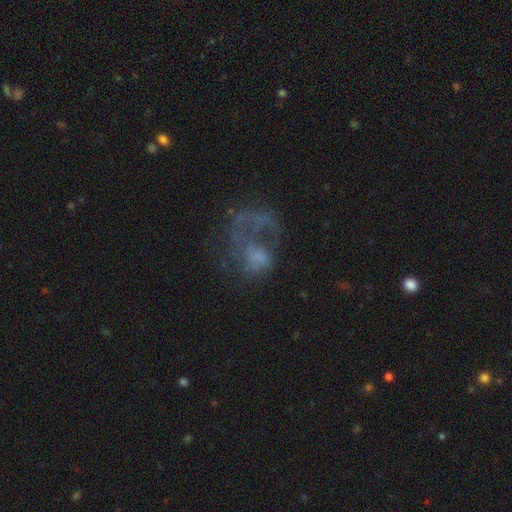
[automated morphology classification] The model was most divided on "smooth or featured": featured or disk: 53%, smooth: 30%, star or artifact: 17%. More confident: edge-on disk — no (98%); bar — no (86%); spiral arms — no (74%); bulge size — none (56%); merging — major disturbance (54%).